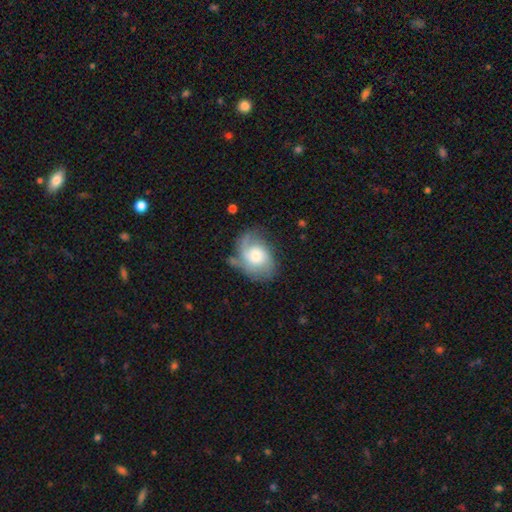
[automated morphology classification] Smooth or featured?
  - featured or disk: 65% *
  - smooth: 28%
  - star or artifact: 7%
Edge-on disk?
  - no: 97% *
  - yes: 3%
Bar?
  - no: 73% *
  - weak: 24%
  - strong: 3%
Spiral arms?
  - yes: 88% *
  - no: 12%
Spiral winding?
  - medium: 41% *
  - tight: 36%
  - loose: 23%
Spiral arm count?
  - 2: 42% *
  - 1: 21%
  - can't tell: 21%
  - 3: 10%
  - 4: 3%
  - more than 4: 2%
Bulge size?
  - moderate: 53% *
  - small: 27%
  - large: 15%
  - none: 2%
  - dominant: 2%
Merging?
  - none: 56% *
  - minor disturbance: 26%
  - major disturbance: 15%
  - merger: 3%